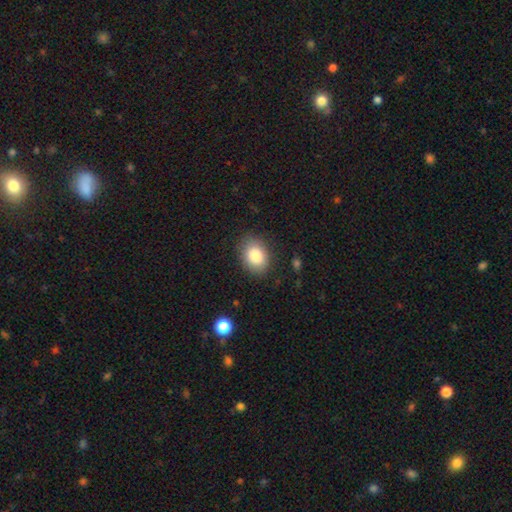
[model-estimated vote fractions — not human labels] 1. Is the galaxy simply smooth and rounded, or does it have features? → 85% smooth, 8% star or artifact, 7% featured or disk.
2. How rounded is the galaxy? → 69% in between, 30% round, 1% cigar-shaped.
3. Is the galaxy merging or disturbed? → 85% none, 11% minor disturbance, 3% major disturbance, 1% merger.